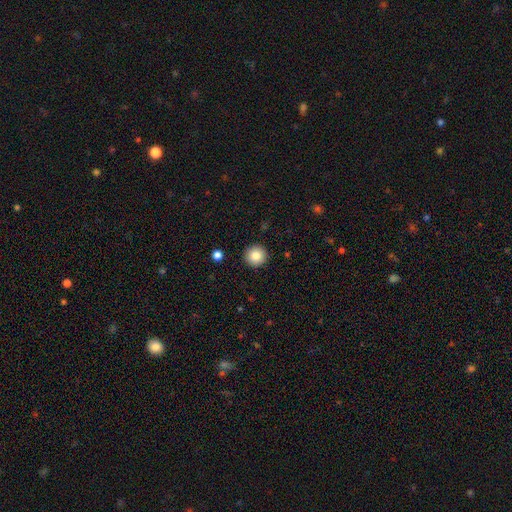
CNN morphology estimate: Smooth or featured: smooth — 84% (star or artifact — 9%)
How rounded: round — 95% (in between — 4%)
Merging: none — 93% (minor disturbance — 5%)